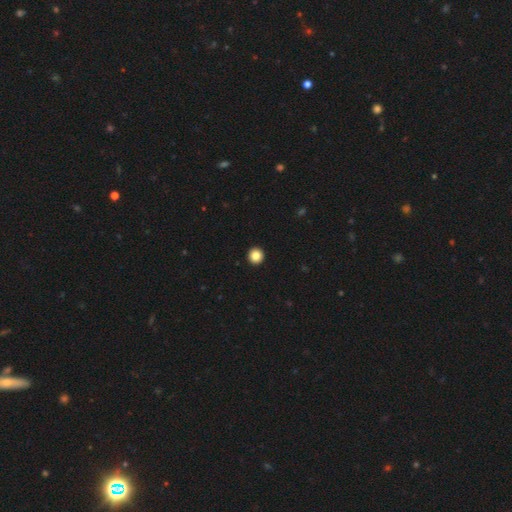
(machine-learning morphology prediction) This is clearly a smooth galaxy (86%). How rounded: clearly round (96%). Merging: clearly none (95%).